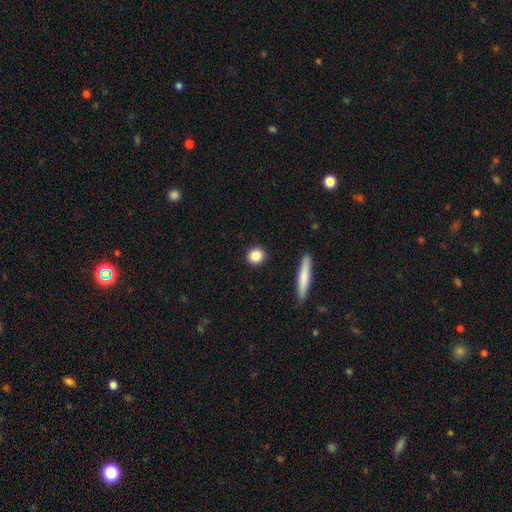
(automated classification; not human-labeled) Q: Smooth or featured?
A: smooth (86%); runner-up: star or artifact (8%)
Q: How rounded?
A: round (82%); runner-up: in between (14%)
Q: Merging?
A: none (91%); runner-up: minor disturbance (6%)